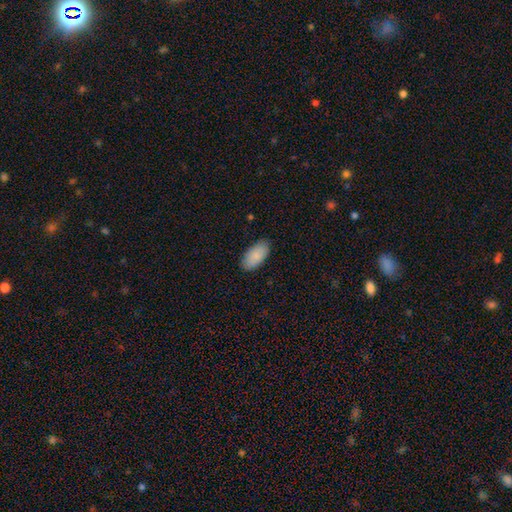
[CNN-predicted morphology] type=smooth (88%); roundness=in between (95%); merging=none (87%).